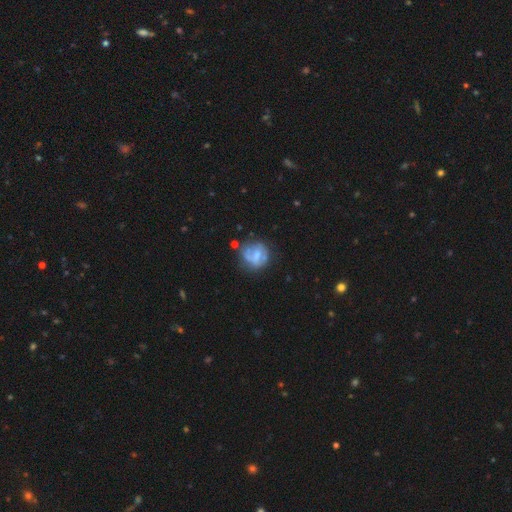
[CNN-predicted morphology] type=featured or disk (52%); edge-on=no (97%); bar=no (49%); spiral arms=no (56%); bulge=moderate (33%); merging=none (48%).